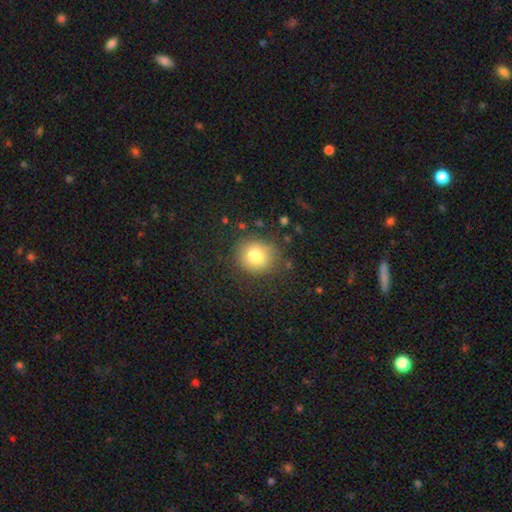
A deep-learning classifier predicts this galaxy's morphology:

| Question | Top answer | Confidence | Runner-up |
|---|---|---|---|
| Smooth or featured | smooth | 78% | star or artifact (11%) |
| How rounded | round | 84% | in between (15%) |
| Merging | none | 80% | minor disturbance (12%) |